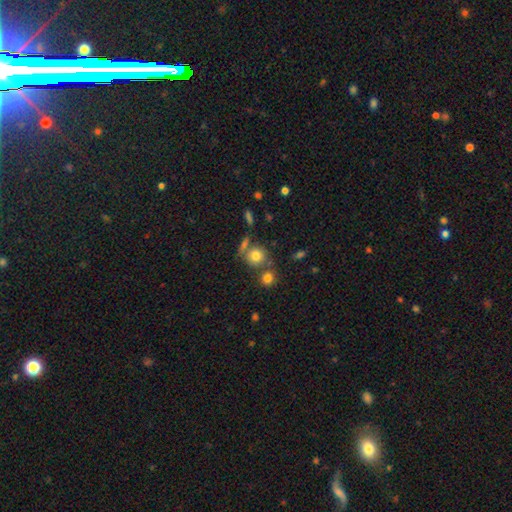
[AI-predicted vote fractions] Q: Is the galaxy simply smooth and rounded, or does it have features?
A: smooth — 75%.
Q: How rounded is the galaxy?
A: round — 84%.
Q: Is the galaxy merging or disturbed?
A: none — 62%.